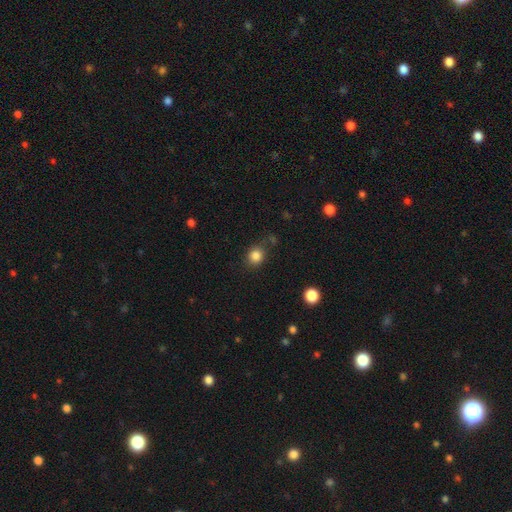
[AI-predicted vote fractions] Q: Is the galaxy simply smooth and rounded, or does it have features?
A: smooth — 84%.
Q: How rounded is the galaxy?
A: round — 78%.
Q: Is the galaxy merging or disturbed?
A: none — 79%.